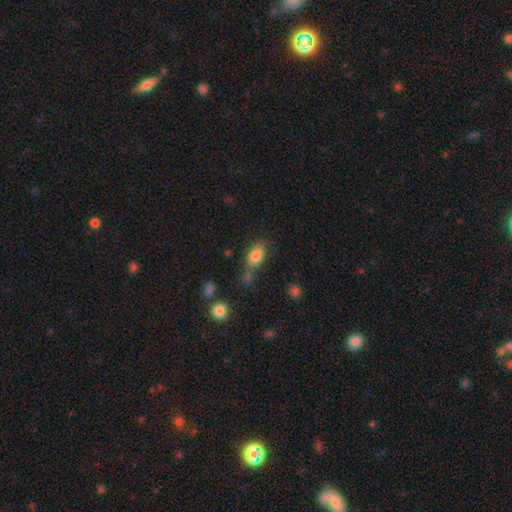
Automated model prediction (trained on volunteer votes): The model was most divided on "merging": none: 53%, minor disturbance: 20%, merger: 19%, major disturbance: 8%. More confident: how rounded — in between (86%); smooth or featured — smooth (83%).